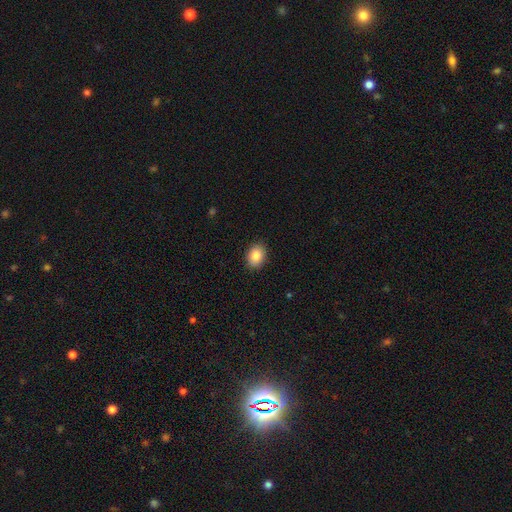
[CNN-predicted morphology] This is clearly a smooth galaxy (87%). How rounded: likely in between (69%). Merging: clearly none (89%).